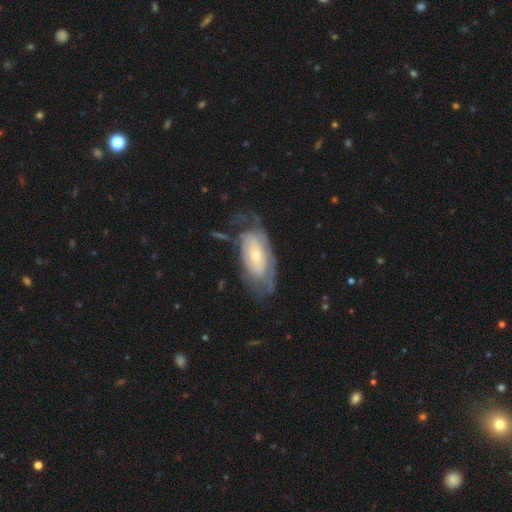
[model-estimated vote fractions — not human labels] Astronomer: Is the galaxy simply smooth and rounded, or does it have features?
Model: featured or disk — 70%.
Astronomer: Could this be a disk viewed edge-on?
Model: no — 92%.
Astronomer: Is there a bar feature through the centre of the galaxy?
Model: no — 73%.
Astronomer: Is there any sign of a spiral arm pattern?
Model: yes — 76%.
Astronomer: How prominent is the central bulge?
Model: small — 58% (runner-up: moderate, 34%).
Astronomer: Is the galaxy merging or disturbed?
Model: none — 48% (runner-up: minor disturbance, 25%).